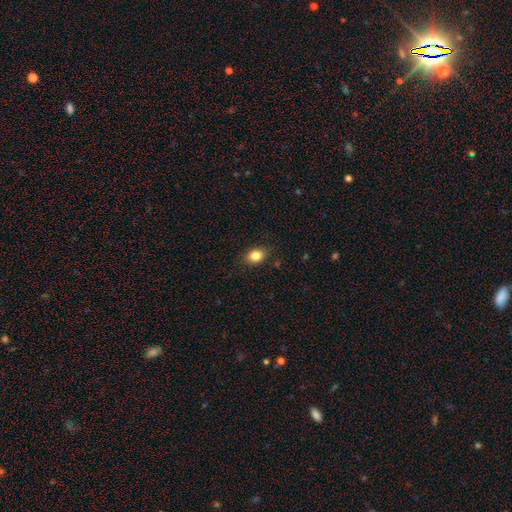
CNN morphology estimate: Smooth or featured? Predicted: smooth (p=0.84). How rounded? Predicted: in between (p=0.66). Merging? Predicted: none (p=0.86).